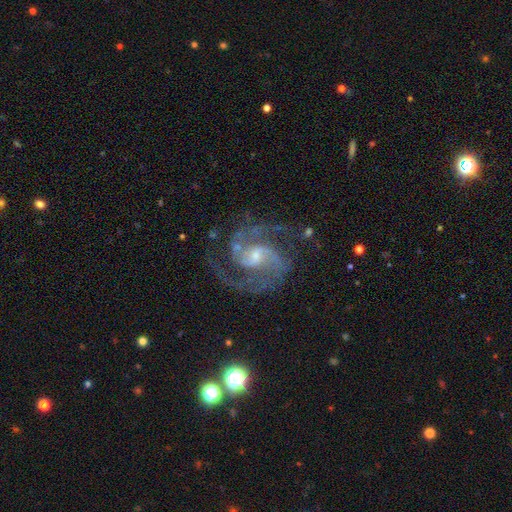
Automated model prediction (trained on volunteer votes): Smooth or featured? featured or disk (92%)
Edge-on disk? no (98%)
Bar? weak (51%)
Spiral arms? yes (98%)
Spiral winding? medium (62%)
Spiral arm count? 2 (82%)
Bulge size? small (59%)
Merging? none (74%)